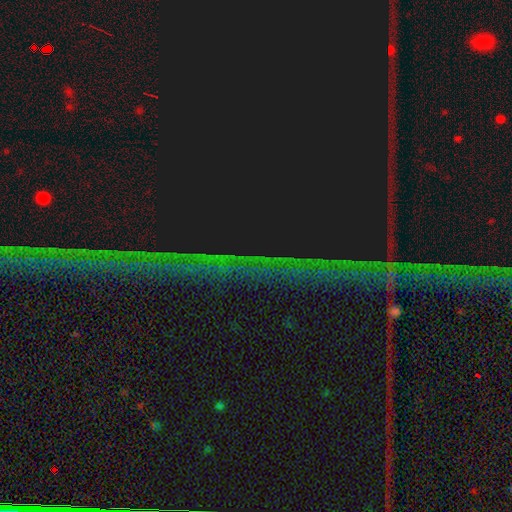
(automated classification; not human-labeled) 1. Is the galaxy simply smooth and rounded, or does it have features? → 87% star or artifact, 7% featured or disk, 6% smooth.